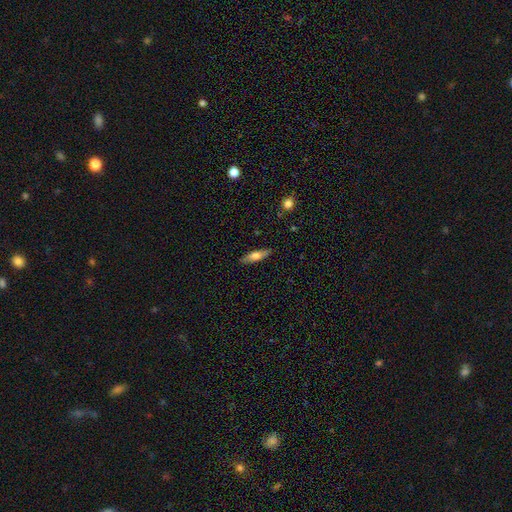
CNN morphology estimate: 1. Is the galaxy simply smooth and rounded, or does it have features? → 61% smooth, 33% featured or disk, 6% star or artifact.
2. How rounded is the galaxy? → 59% cigar-shaped, 39% in between, 2% round.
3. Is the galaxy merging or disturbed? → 85% none, 11% minor disturbance, 2% major disturbance, 1% merger.